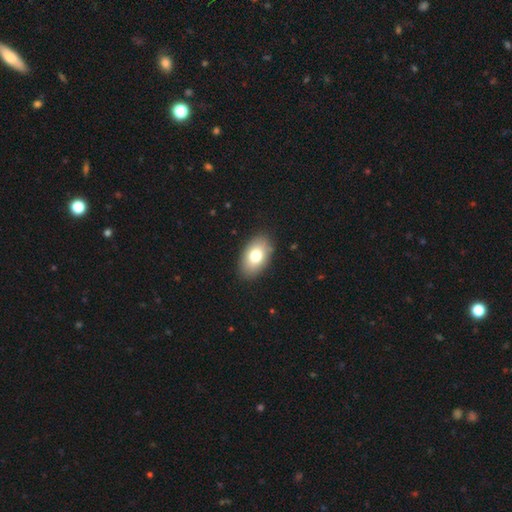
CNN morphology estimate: A smooth galaxy with no disk features (76%) that is in between round and cigar-shaped (91%). Merging: none (88%).